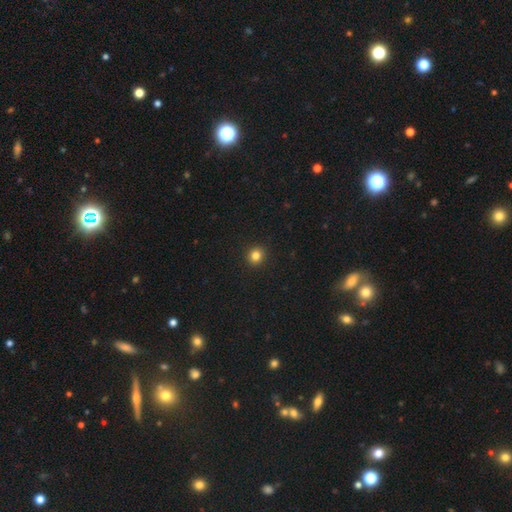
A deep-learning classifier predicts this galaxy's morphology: Smooth or featured?
  - smooth: 83% *
  - star or artifact: 12%
  - featured or disk: 5%
How rounded?
  - round: 89% *
  - in between: 10%
  - cigar-shaped: 1%
Merging?
  - none: 93% *
  - minor disturbance: 5%
  - major disturbance: 2%
  - merger: 1%